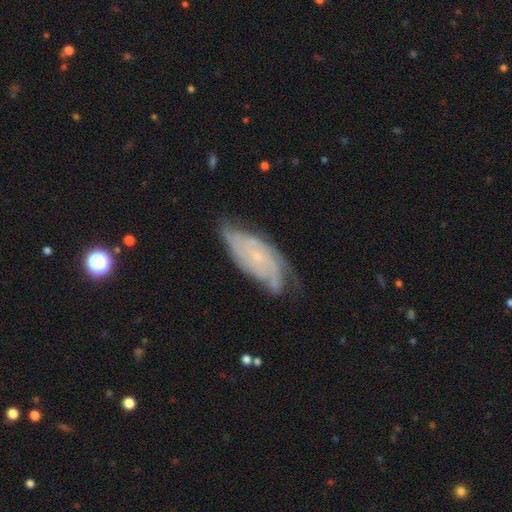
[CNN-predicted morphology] This appears to be a featured or disk galaxy (79%) with no bar (74%), tight (59%) spiral arms (94%) and a small central bulge (81%). Merging: none (63%).